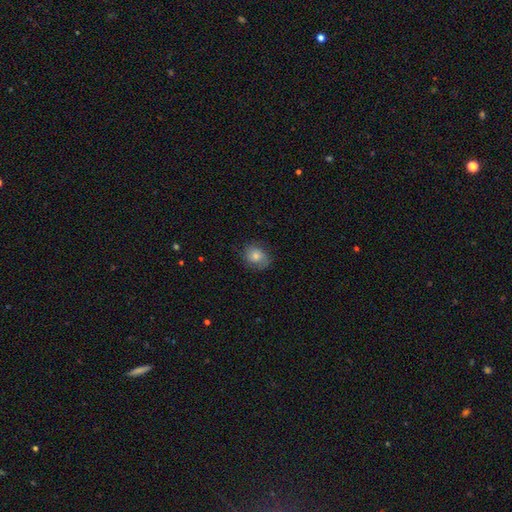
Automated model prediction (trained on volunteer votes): The model was most divided on "how rounded": round: 54%, in between: 45%, cigar-shaped: 1%. More confident: merging — none (74%); smooth or featured — smooth (69%).